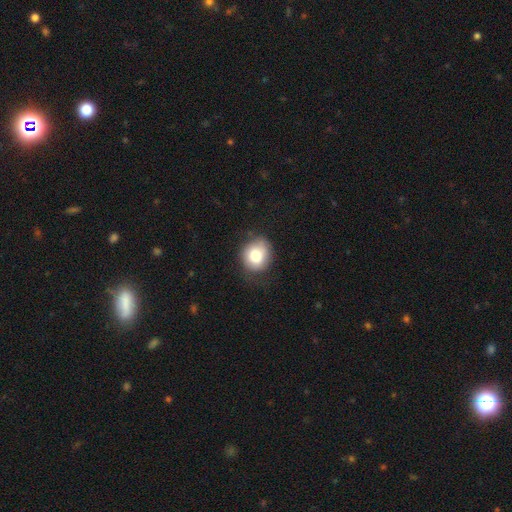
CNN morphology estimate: This is clearly a smooth galaxy (80%). How rounded: likely round (75%). Merging: likely none (71%).